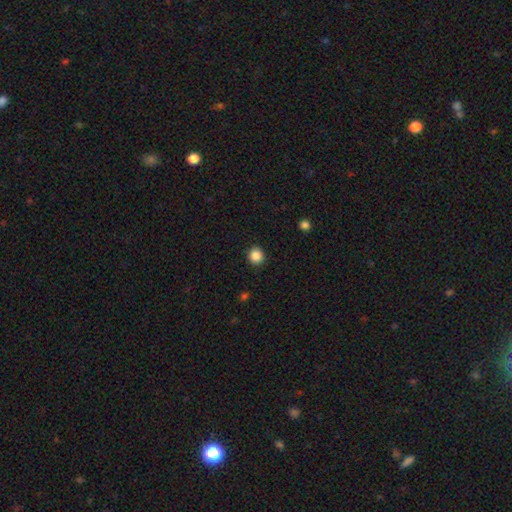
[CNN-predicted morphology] Smooth or featured? smooth (87%)
How rounded? round (90%)
Merging? none (91%)